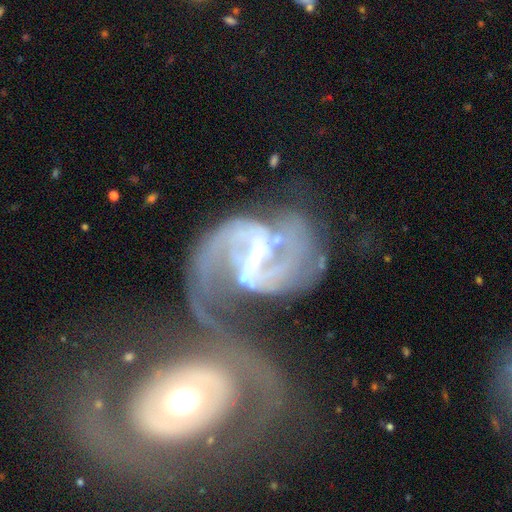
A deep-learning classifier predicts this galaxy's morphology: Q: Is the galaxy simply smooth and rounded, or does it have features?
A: featured or disk — 91%.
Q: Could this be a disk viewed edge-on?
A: no — 98%.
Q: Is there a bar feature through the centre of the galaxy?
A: strong — 47%.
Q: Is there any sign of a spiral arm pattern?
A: yes — 96%.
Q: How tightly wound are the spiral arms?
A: medium — 47%.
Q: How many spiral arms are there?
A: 2 — 81%.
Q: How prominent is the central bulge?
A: small — 74%.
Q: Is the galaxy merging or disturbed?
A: merger — 57%.